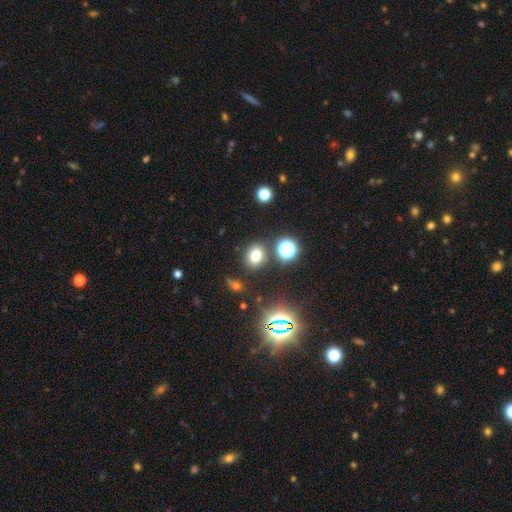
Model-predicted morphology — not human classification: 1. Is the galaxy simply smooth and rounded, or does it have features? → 73% smooth, 19% star or artifact, 8% featured or disk.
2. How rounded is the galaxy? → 51% in between, 48% round, 1% cigar-shaped.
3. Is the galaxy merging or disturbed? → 80% none, 10% minor disturbance, 6% merger, 4% major disturbance.